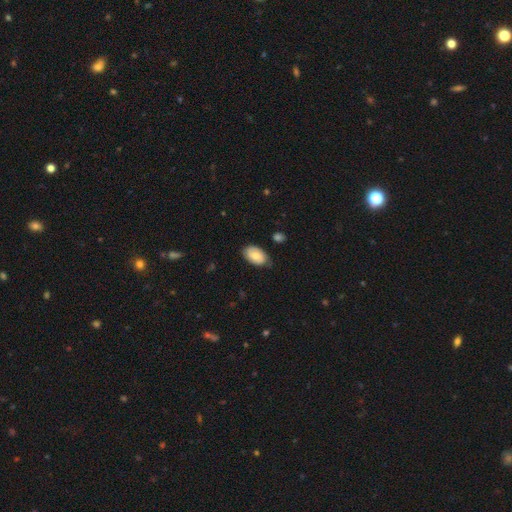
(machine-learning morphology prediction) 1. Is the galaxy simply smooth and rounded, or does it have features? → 70% smooth, 24% featured or disk, 7% star or artifact.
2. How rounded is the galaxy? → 92% in between, 6% round, 1% cigar-shaped.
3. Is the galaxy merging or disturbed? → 69% none, 25% minor disturbance, 5% major disturbance, 2% merger.